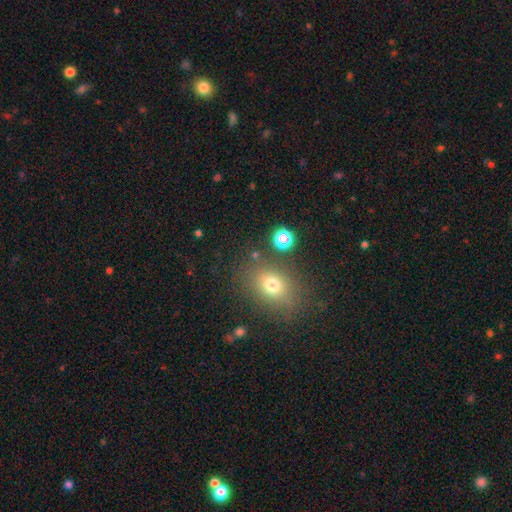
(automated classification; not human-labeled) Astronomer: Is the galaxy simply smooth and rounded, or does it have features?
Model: smooth — 68%.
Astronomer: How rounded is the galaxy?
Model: in between — 55% (runner-up: round, 43%).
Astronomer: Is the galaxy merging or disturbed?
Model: none — 80%.